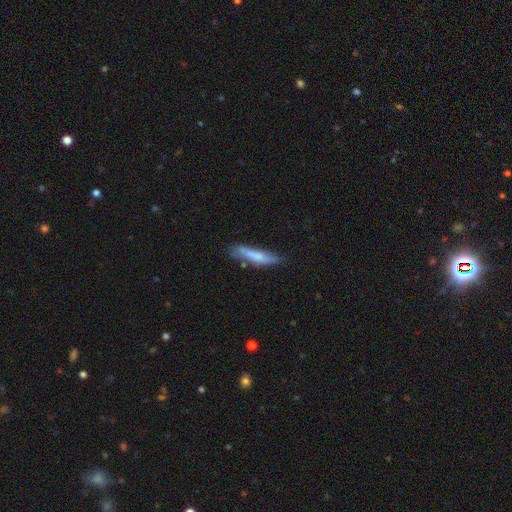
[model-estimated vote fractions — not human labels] smooth 66%, featured or disk 27%, star or artifact 7%. Down the decision tree: how rounded — cigar-shaped (84%); merging — none (59%).